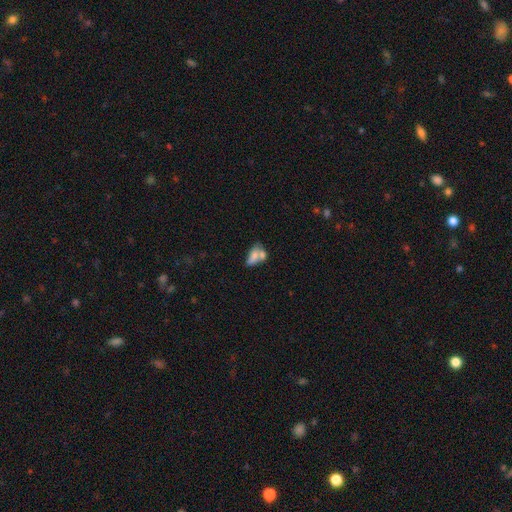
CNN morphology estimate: smooth 66%, featured or disk 25%, star or artifact 9%. Down the decision tree: how rounded — in between (82%); merging — merger (57%).